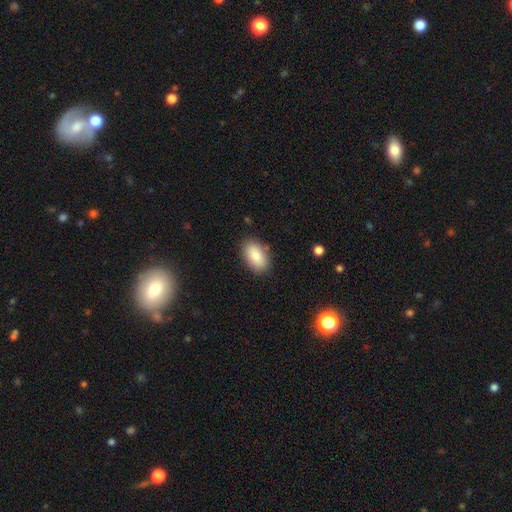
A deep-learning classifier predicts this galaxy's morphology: smooth_or_featured: smooth (p=0.84) [alt: featured or disk p=0.09]
how_rounded: in between (p=0.93) [alt: round p=0.05]
merging: none (p=0.84) [alt: minor disturbance p=0.11]